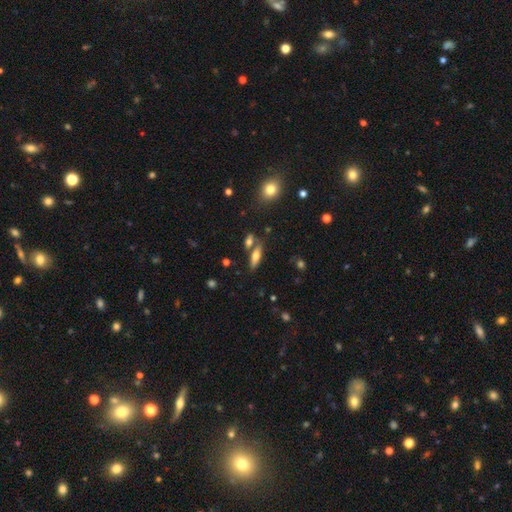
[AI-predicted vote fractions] This appears to be a smooth galaxy with no disk features (58%) that is in between round and cigar-shaped (52%). Merging: none (63%).